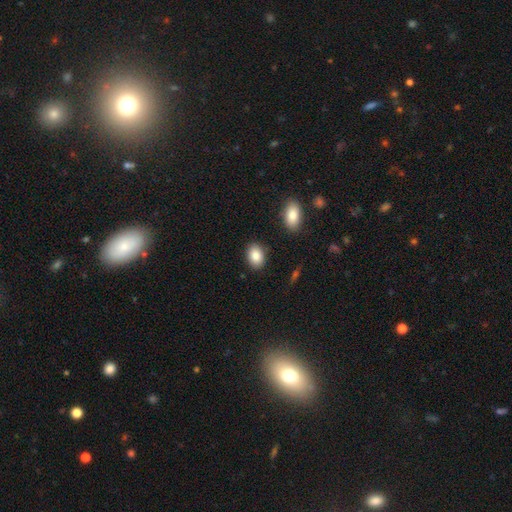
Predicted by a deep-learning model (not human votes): Morphology: type=smooth (88%); roundness=in between (79%); merging=none (86%).